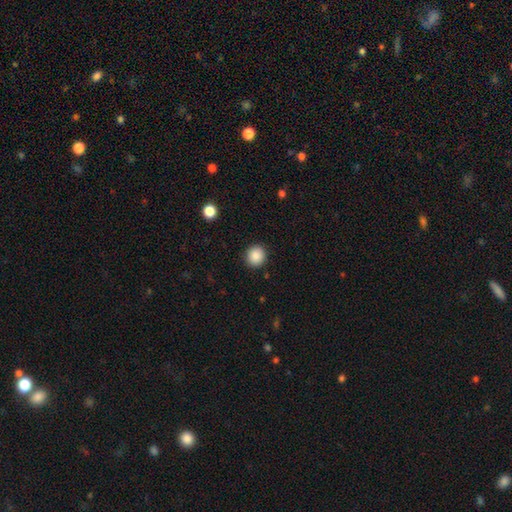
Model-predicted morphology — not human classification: Q: Smooth or featured?
A: smooth (88%); runner-up: star or artifact (9%)
Q: How rounded?
A: round (90%); runner-up: in between (9%)
Q: Merging?
A: none (91%); runner-up: minor disturbance (6%)